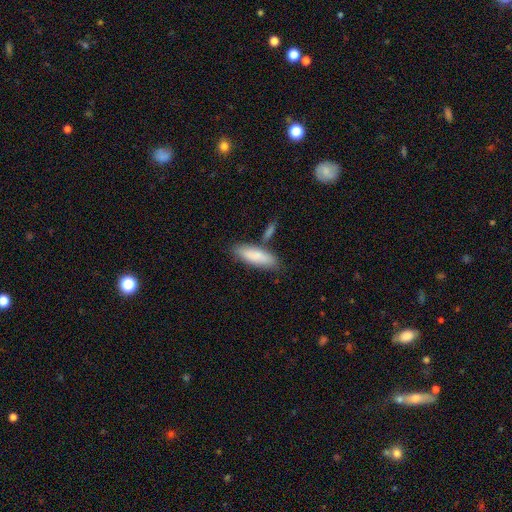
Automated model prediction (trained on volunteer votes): Overall: smooth (83%). How rounded: in between (54%; cigar-shaped 44%). Merging: none (67%).